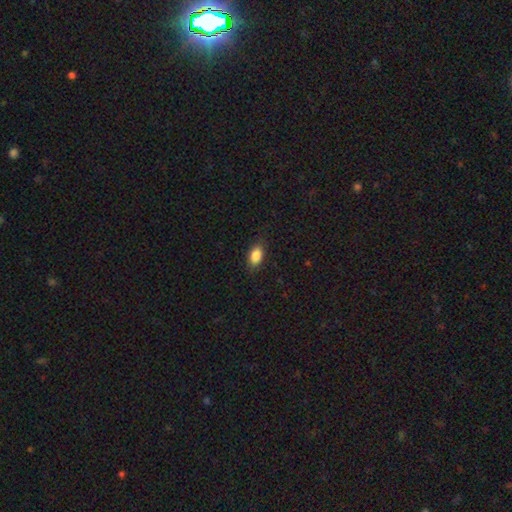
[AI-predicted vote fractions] smooth_or_featured: smooth (p=0.87) [alt: star or artifact p=0.08]
how_rounded: in between (p=0.88) [alt: round p=0.09]
merging: none (p=0.85) [alt: minor disturbance p=0.12]